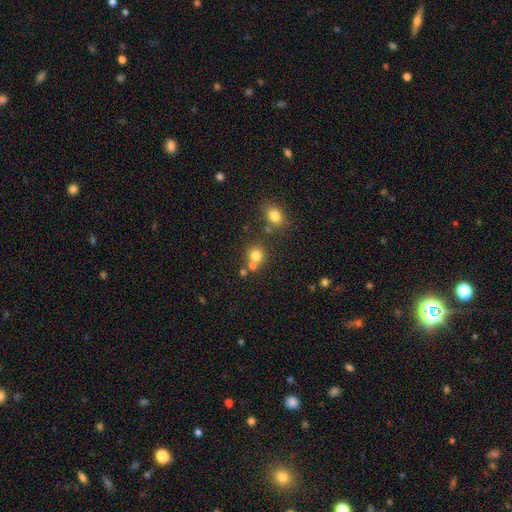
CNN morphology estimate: This is likely a smooth galaxy (76%). How rounded: clearly round (84%). Merging: possibly none (58%).